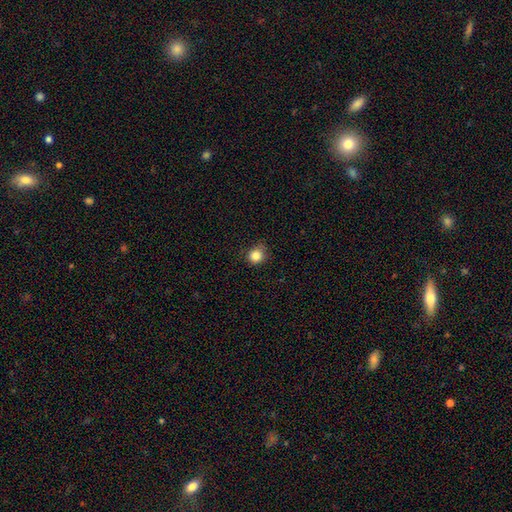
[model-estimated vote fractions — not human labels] Morphology: type=smooth (84%); roundness=round (85%); merging=none (79%).